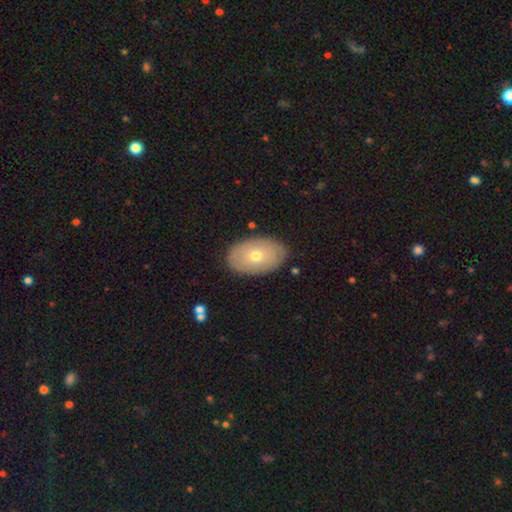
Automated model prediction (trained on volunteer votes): Overall: smooth (64%; featured or disk 30%). How rounded: in between (90%). Merging: none (87%).